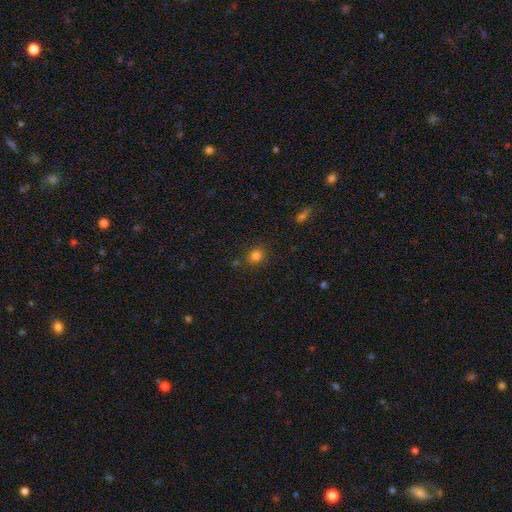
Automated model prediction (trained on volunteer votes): Overall: smooth (80%). How rounded: round (73%). Merging: none (81%).